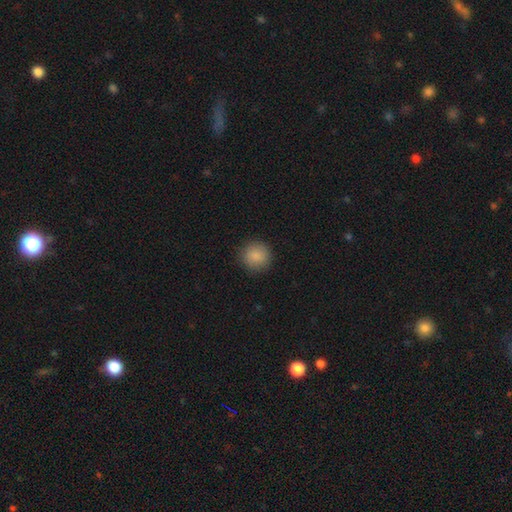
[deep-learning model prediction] This appears to be a smooth galaxy with no disk features (88%) that is round (92%). Merging: none (89%).